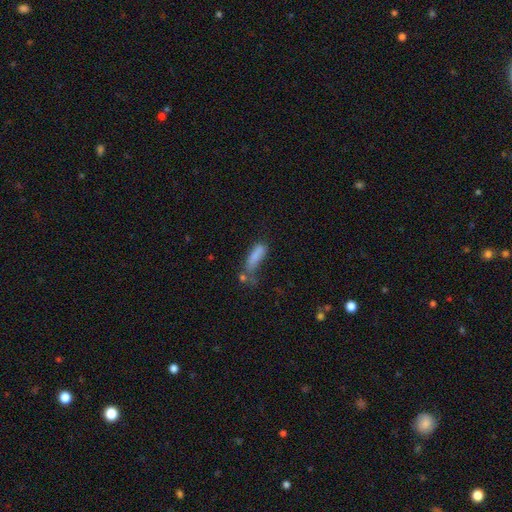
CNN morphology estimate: Smooth or featured?
  - smooth: 78% *
  - featured or disk: 12%
  - star or artifact: 10%
How rounded?
  - cigar-shaped: 55% *
  - in between: 42%
  - round: 2%
Merging?
  - none: 35% *
  - minor disturbance: 25%
  - major disturbance: 22%
  - merger: 18%